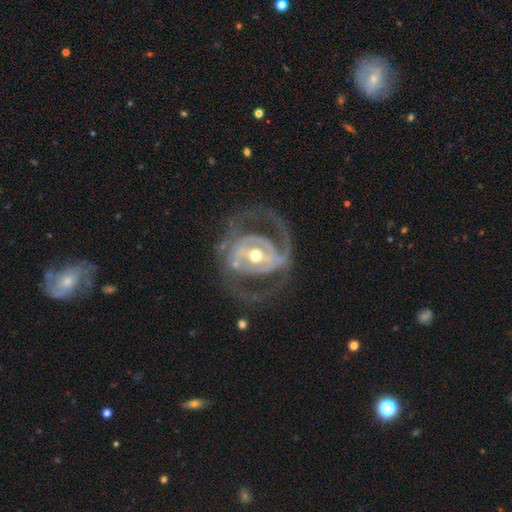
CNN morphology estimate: A featured or disk galaxy (89%) with a weak bar (37%), 2 (71%) medium (49%) spiral arms (90%) and a moderate central bulge (73%).

Vote fractions:
- Smooth or featured? featured or disk: 89% / smooth: 7% / star or artifact: 4%
- Edge-on disk? no: 97% / yes: 3%
- Bar? weak: 37% / strong: 36% / no: 26%
- Spiral arms? yes: 90% / no: 10%
- Spiral winding? medium: 49% / tight: 30% / loose: 21%
- Spiral arm count? 2: 71% / can't tell: 9% / 3: 9% / 1: 6% / 4: 3% / more than 4: 2%
- Bulge size? moderate: 73% / small: 18% / large: 7% / dominant: 1% / none: 1%
- Merging? none: 61% / major disturbance: 21% / minor disturbance: 16% / merger: 2%